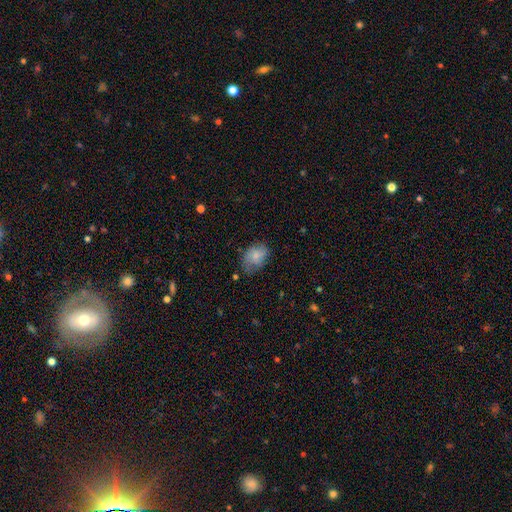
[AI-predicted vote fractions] The model was most divided on "merging": none: 62%, minor disturbance: 27%, major disturbance: 9%, merger: 2%. More confident: how rounded — in between (74%); smooth or featured — smooth (68%).